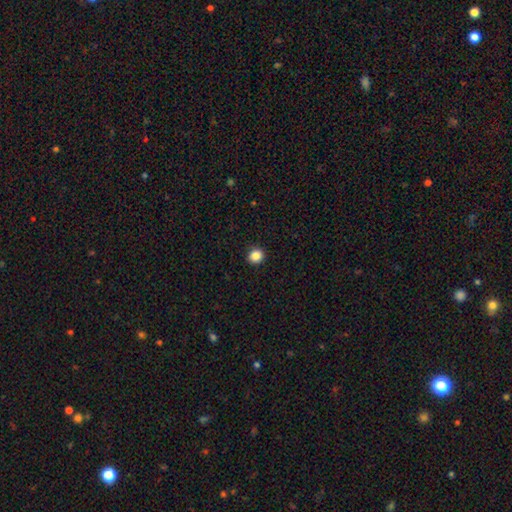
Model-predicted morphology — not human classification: Smooth or featured? Predicted: smooth (p=0.86). How rounded? Predicted: round (p=0.87). Merging? Predicted: none (p=0.92).